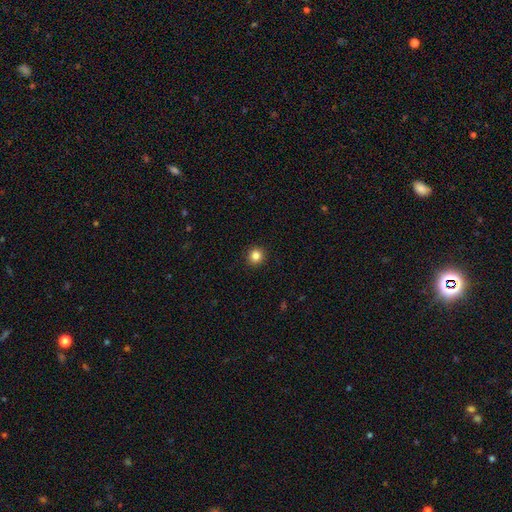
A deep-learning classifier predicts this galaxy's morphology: A smooth galaxy with no disk features (85%) that is round (92%).

Vote fractions:
- Smooth or featured? smooth: 85% / star or artifact: 11% / featured or disk: 4%
- How rounded? round: 92% / in between: 7% / cigar-shaped: 1%
- Merging? none: 93% / minor disturbance: 5% / major disturbance: 2% / merger: 1%